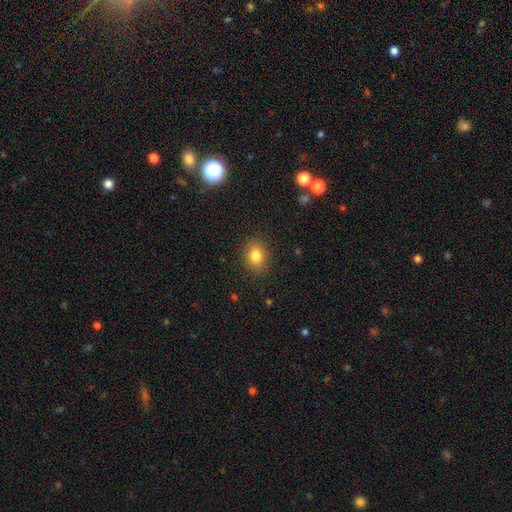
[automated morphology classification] This appears to be a smooth galaxy with no disk features (83%) that is in between round and cigar-shaped (50%). Merging: none (87%).